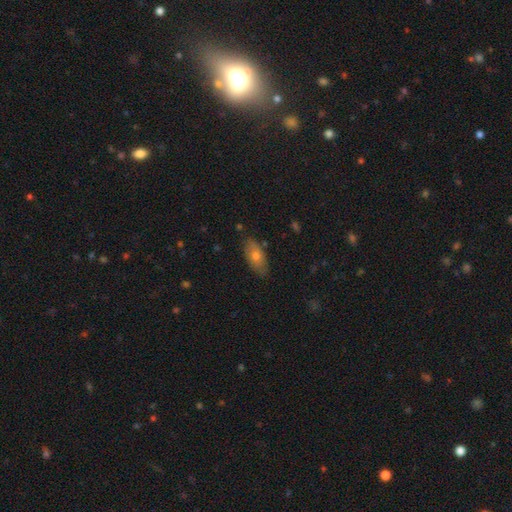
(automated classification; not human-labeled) Smooth or featured? smooth (64%)
How rounded? in between (86%)
Merging? none (81%)